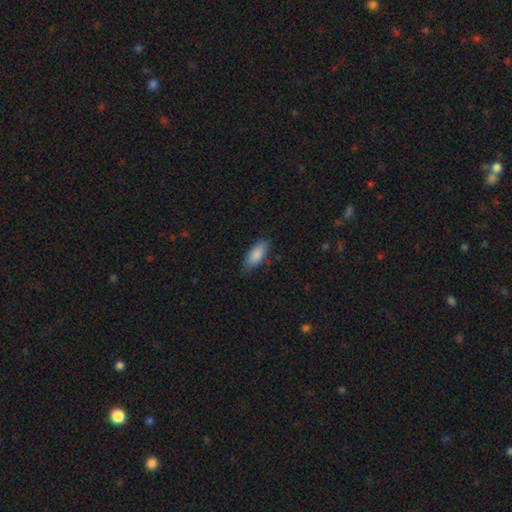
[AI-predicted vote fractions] This appears to be a smooth galaxy with no disk features (87%) that is in between round and cigar-shaped (83%). Merging: none (79%).